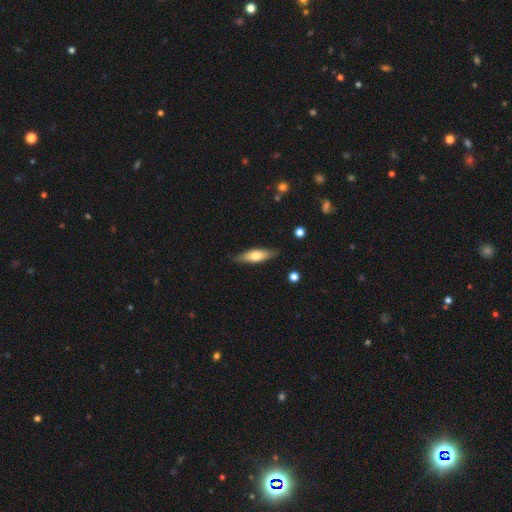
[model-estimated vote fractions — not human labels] smooth-or-featured: smooth: 61% | featured or disk: 33% | star or artifact: 6%
  how-rounded: cigar-shaped: 53% | in between: 44% | round: 2%
  merging: none: 84% | minor disturbance: 13% | major disturbance: 2% | merger: 1%